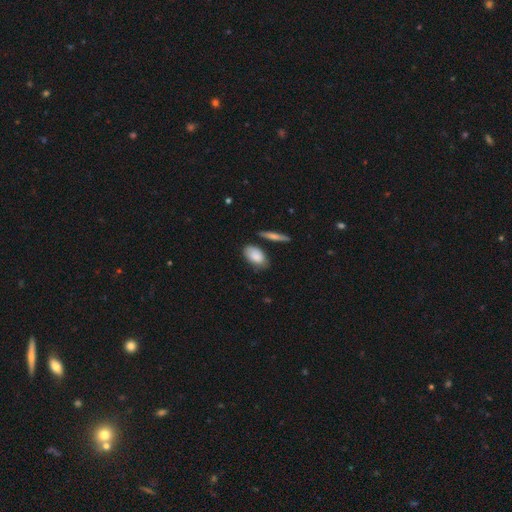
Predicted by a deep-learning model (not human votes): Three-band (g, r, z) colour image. It shows a smooth galaxy with no disk features (84%) that is in between round and cigar-shaped (89%). Merging: none (72%).